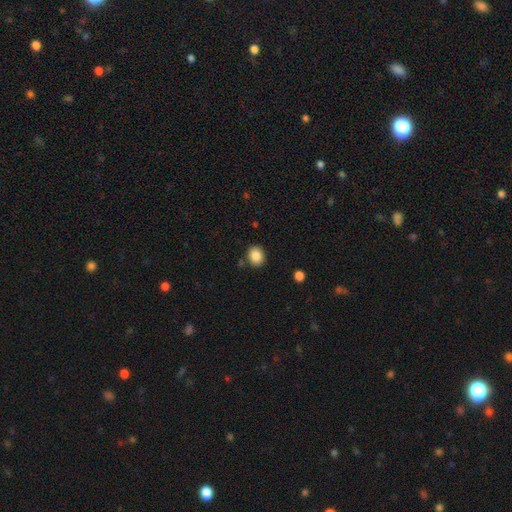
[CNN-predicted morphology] Smooth or featured? Predicted: smooth (p=0.86). How rounded? Predicted: round (p=0.56). Merging? Predicted: none (p=0.85).